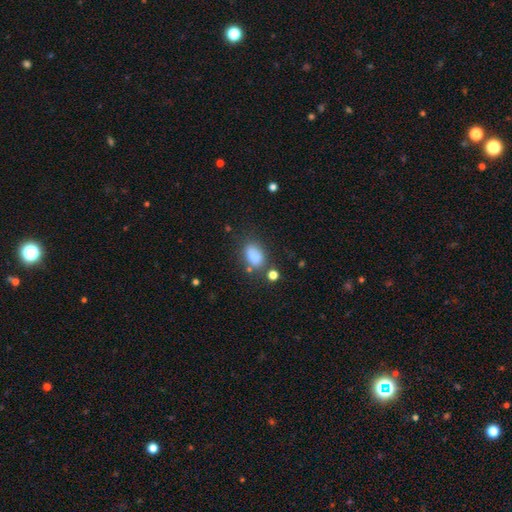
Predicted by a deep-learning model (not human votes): smooth 80%, star or artifact 12%, featured or disk 8%. Down the decision tree: how rounded — in between (83%); merging — none (59%).